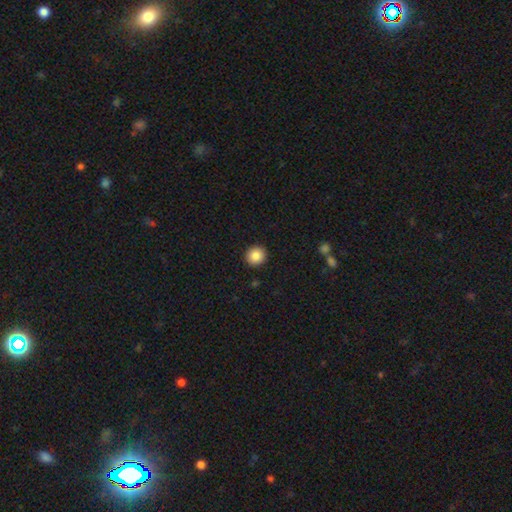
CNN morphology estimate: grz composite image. It shows a smooth galaxy with no disk features (86%) that is round (90%). Merging: none (93%).